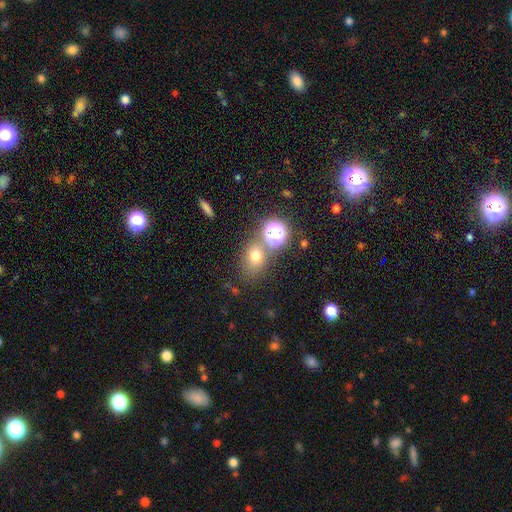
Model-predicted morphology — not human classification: smooth_or_featured: smooth (p=0.66) [alt: star or artifact p=0.22]
how_rounded: round (p=0.50) [alt: in between p=0.48]
merging: none (p=0.63) [alt: merger p=0.19]